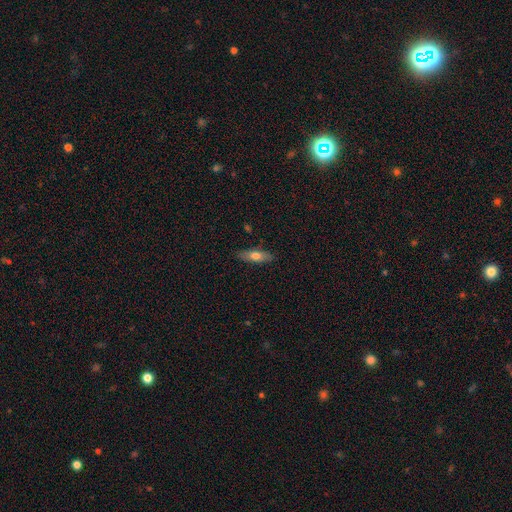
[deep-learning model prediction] Q: Smooth or featured?
A: smooth (68%); runner-up: featured or disk (26%)
Q: How rounded?
A: in between (58%); runner-up: cigar-shaped (40%)
Q: Merging?
A: none (86%); runner-up: minor disturbance (11%)